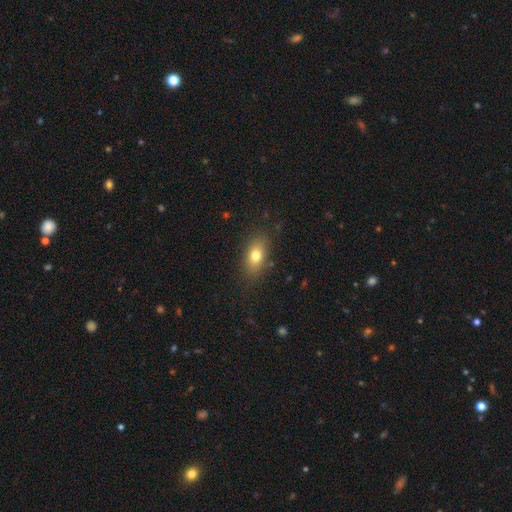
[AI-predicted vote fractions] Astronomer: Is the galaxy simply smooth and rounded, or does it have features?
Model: smooth — 77%.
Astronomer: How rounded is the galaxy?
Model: in between — 82%.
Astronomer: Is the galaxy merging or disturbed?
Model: none — 83%.